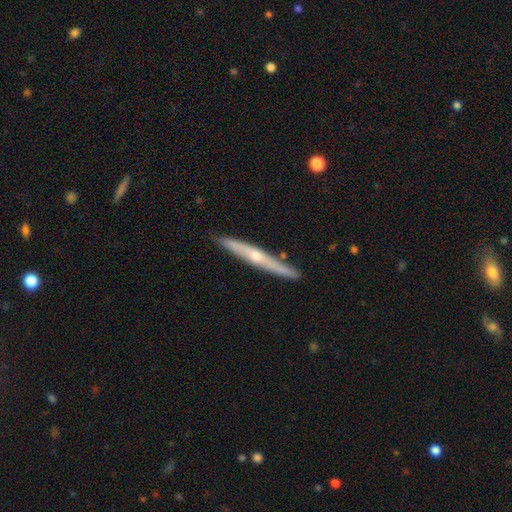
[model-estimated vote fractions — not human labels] smooth_or_featured: featured or disk (p=0.72) [alt: smooth p=0.22]
disk_edge_on: yes (p=0.94) [alt: no p=0.06]
edge_on_bulge: rounded (p=0.78) [alt: none p=0.18]
merging: none (p=0.86) [alt: minor disturbance p=0.11]